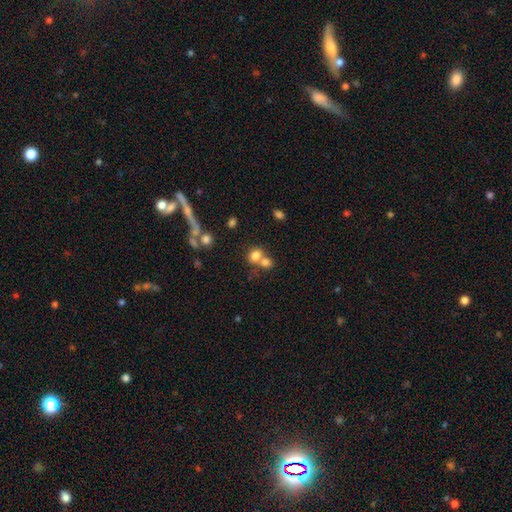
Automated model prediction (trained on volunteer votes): smooth 74%, star or artifact 13%, featured or disk 13%. Down the decision tree: how rounded — round (59%); merging — merger (52%).